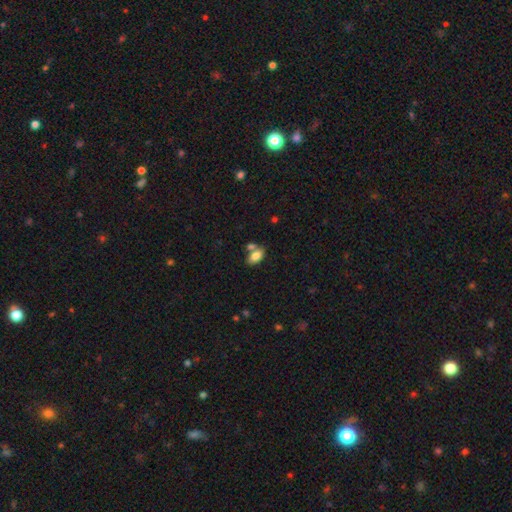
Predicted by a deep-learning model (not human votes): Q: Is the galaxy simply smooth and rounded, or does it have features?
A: smooth — 81%.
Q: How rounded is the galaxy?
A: in between — 92%.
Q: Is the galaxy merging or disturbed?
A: none — 50%.